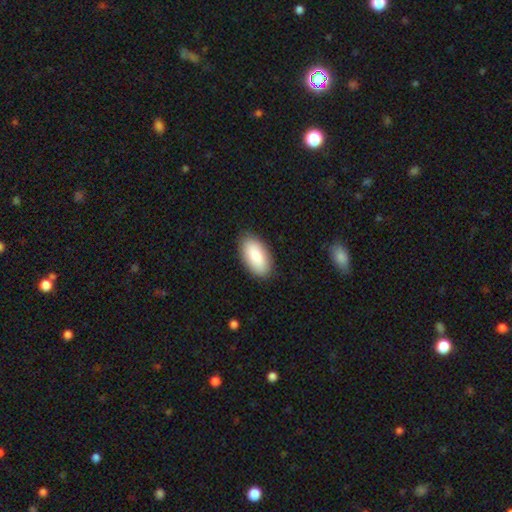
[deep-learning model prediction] Smooth or featured? Predicted: smooth (p=0.85). How rounded? Predicted: in between (p=0.95). Merging? Predicted: none (p=0.87).